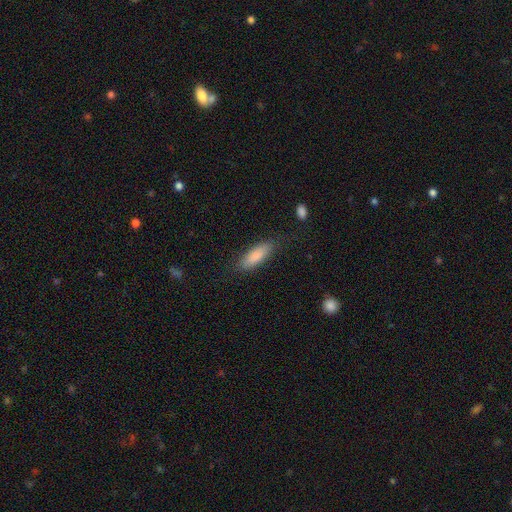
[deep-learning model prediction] Morphology: type=smooth (86%); roundness=in between (61%); merging=none (81%).